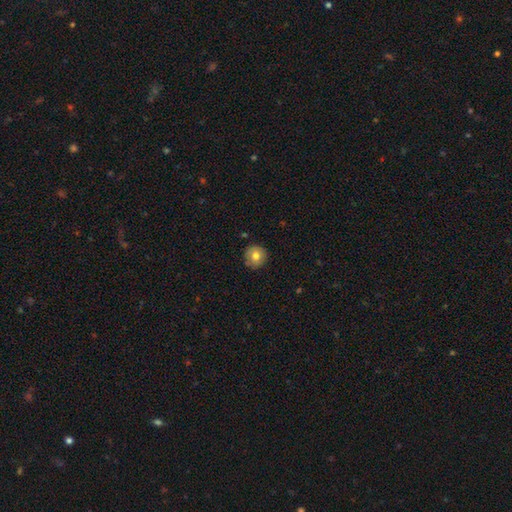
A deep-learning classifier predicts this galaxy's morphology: The model was most divided on "smooth or featured": smooth: 75%, featured or disk: 16%, star or artifact: 9%. More confident: how rounded — round (94%); merging — none (86%).